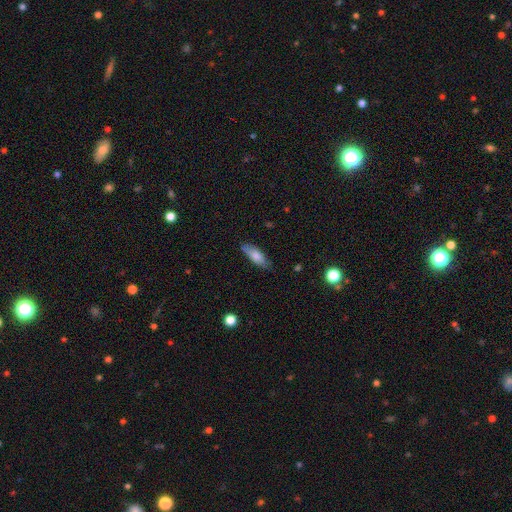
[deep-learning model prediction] A smooth galaxy with no disk features (75%) that is in between round and cigar-shaped (60%). Merging: none (76%).